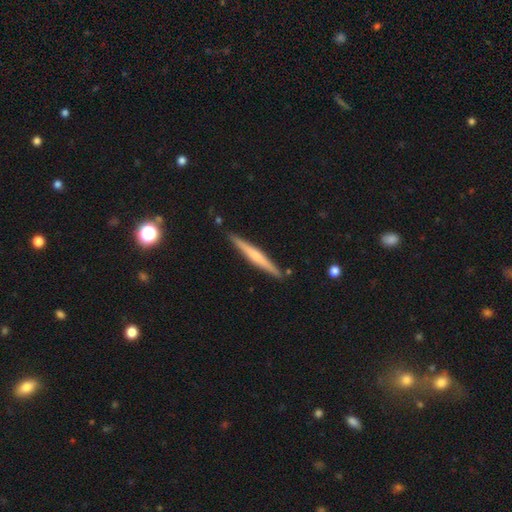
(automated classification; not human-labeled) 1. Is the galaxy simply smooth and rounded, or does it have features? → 58% featured or disk, 36% smooth, 5% star or artifact.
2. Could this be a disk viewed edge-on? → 98% yes, 2% no.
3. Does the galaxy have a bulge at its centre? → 57% rounded, 32% none, 11% boxy.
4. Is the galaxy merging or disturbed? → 89% none, 8% minor disturbance, 2% merger, 1% major disturbance.